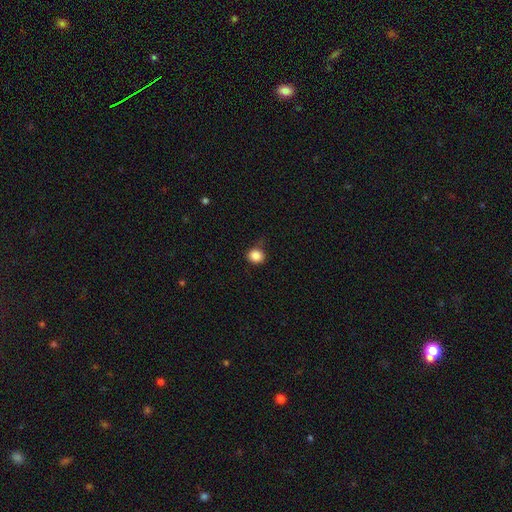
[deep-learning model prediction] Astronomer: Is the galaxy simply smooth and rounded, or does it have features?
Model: smooth — 86%.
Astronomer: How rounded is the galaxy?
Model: round — 82%.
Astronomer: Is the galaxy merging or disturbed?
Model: none — 76%.